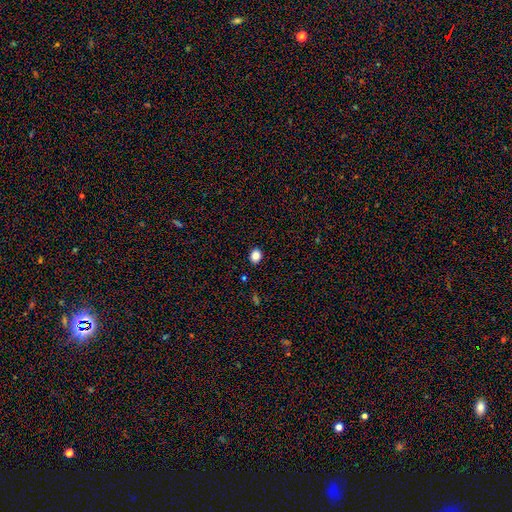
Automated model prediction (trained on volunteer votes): Smooth or featured? smooth (85%)
How rounded? round (51%)
Merging? none (91%)